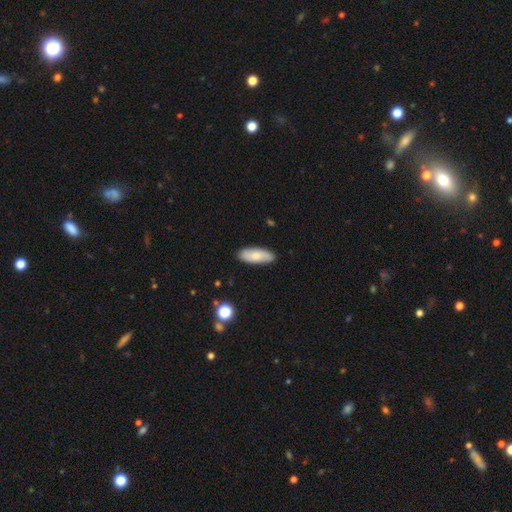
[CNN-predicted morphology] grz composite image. It shows a smooth galaxy with no disk features (76%) that is in between round and cigar-shaped (73%). Merging: none (87%).